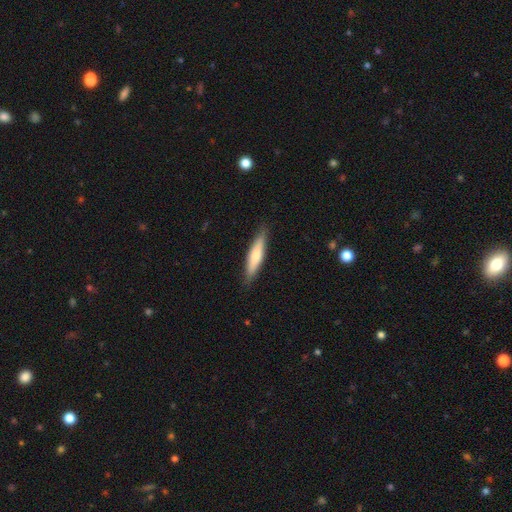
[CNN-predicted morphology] The model was most divided on "smooth or featured": smooth: 68%, featured or disk: 27%, star or artifact: 5%. More confident: merging — none (86%); how rounded — cigar-shaped (80%).